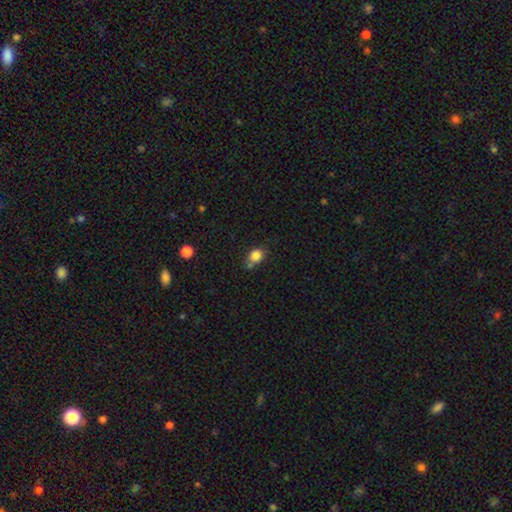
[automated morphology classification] Smooth or featured? Predicted: smooth (p=0.83). How rounded? Predicted: round (p=0.50). Merging? Predicted: none (p=0.56).